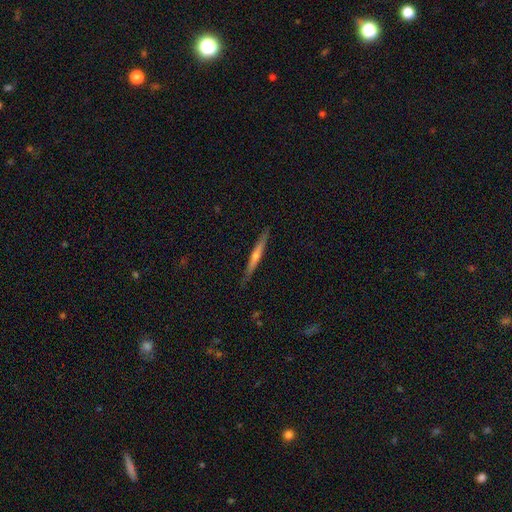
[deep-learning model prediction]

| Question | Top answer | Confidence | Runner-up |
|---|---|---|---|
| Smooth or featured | featured or disk | 66% | smooth (27%) |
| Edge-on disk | yes | 97% | no (3%) |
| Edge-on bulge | rounded | 68% | none (28%) |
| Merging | none | 89% | minor disturbance (8%) |